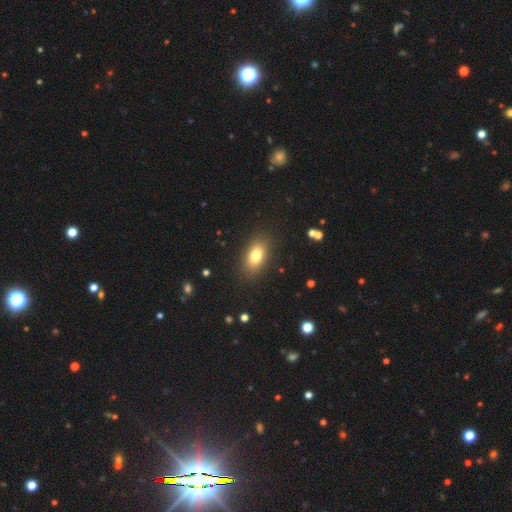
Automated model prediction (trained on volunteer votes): Smooth or featured: smooth — 78% (featured or disk — 12%)
How rounded: in between — 86% (round — 10%)
Merging: none — 87% (minor disturbance — 8%)